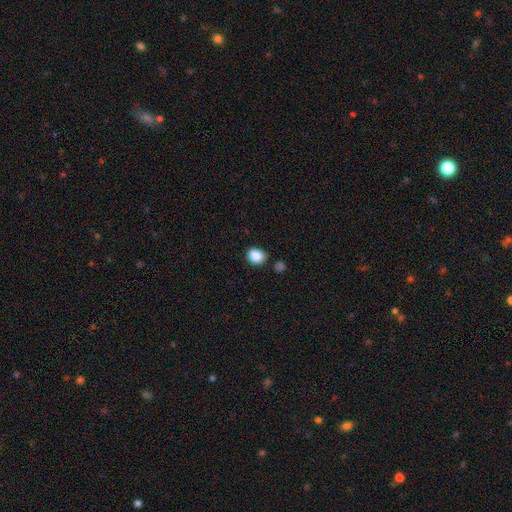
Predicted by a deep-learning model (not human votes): The model was most divided on "how rounded": round: 55%, in between: 44%, cigar-shaped: 1%. More confident: smooth or featured — smooth (87%); merging — none (80%).